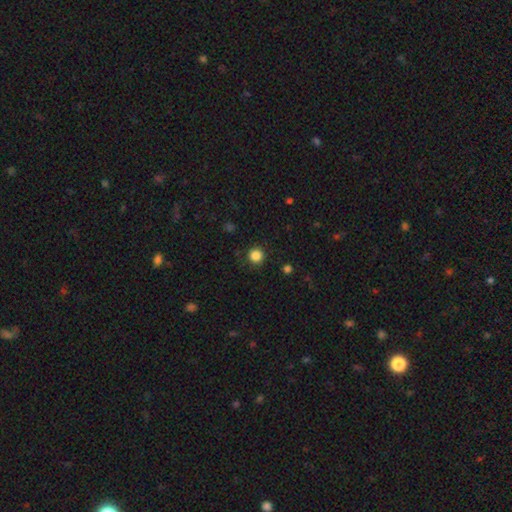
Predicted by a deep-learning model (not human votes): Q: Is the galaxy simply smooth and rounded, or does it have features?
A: smooth — 85%.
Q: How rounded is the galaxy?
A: round — 95%.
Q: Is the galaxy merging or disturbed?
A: none — 91%.